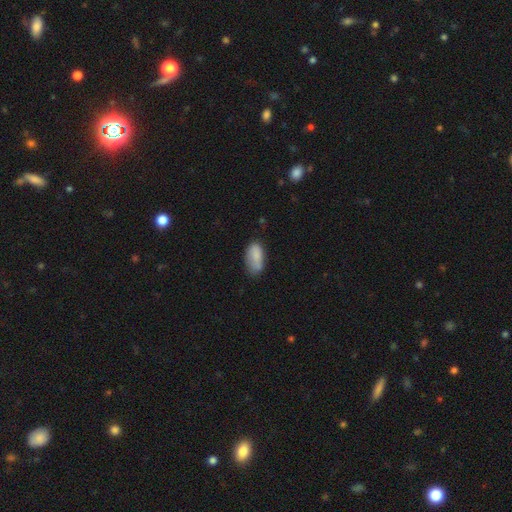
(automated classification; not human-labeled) Overall: smooth (82%). How rounded: in between (90%). Merging: none (52%; minor disturbance 33%).